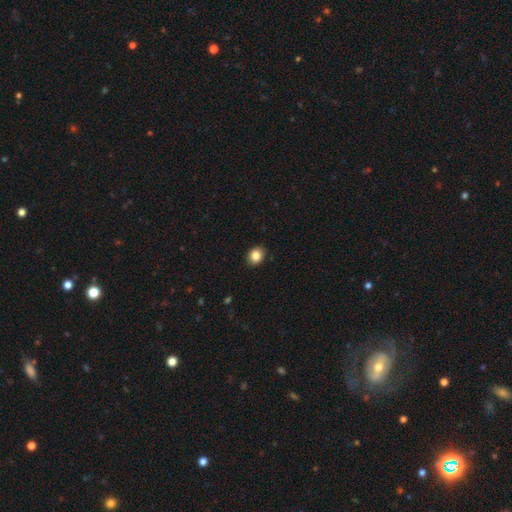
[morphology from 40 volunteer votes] Volunteers were most divided on "how rounded": round: 59%, in between: 41%, cigar-shaped: 0%. More confident: smooth or featured — smooth (80%); merging — none (74%).